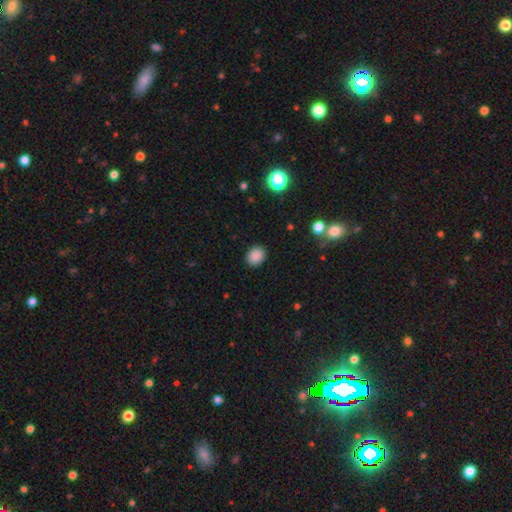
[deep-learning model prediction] A smooth galaxy with no disk features (87%) that is round (52%). Merging: none (89%).